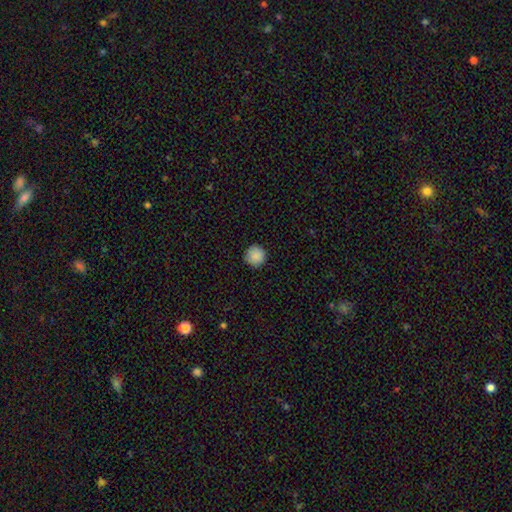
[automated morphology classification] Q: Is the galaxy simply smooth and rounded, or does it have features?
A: smooth — 88%.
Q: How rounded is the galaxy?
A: round — 96%.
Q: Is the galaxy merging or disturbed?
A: none — 91%.